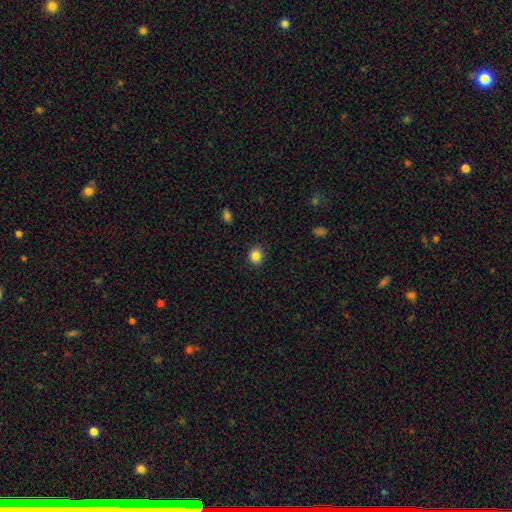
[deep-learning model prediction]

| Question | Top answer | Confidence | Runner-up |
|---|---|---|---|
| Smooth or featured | smooth | 85% | star or artifact (11%) |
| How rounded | round | 84% | in between (15%) |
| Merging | none | 91% | minor disturbance (6%) |